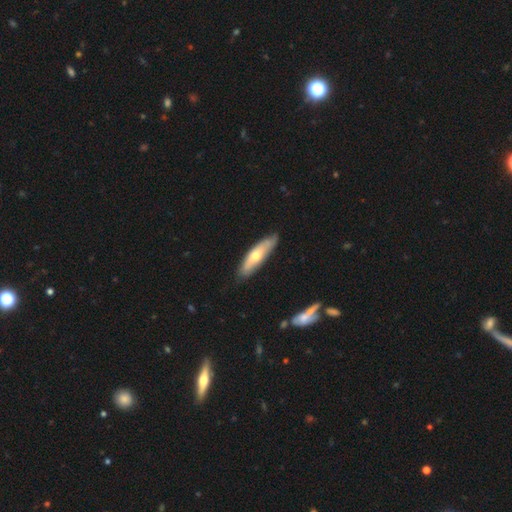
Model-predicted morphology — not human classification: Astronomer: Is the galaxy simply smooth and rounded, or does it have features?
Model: smooth — 54% (runner-up: featured or disk, 41%).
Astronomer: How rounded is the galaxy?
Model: cigar-shaped — 61% (runner-up: in between, 38%).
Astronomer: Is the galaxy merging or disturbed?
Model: none — 82%.